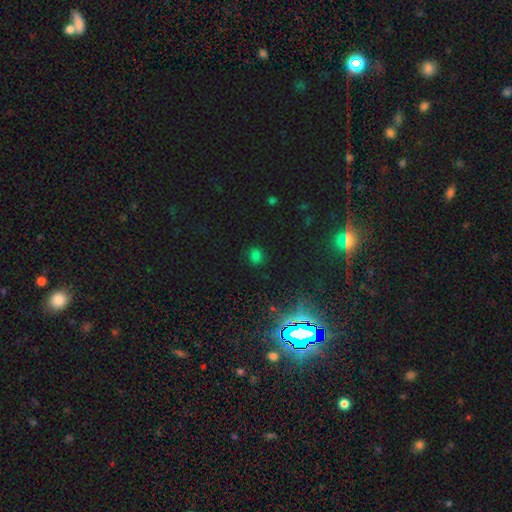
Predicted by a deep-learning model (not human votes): The model was most divided on "smooth or featured": smooth: 66%, star or artifact: 29%, featured or disk: 5%. More confident: merging — none (86%); how rounded — round (76%).